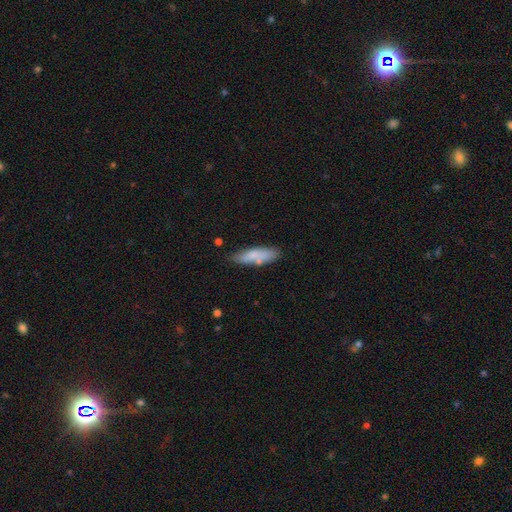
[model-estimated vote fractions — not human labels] Q: Smooth or featured?
A: smooth (76%); runner-up: featured or disk (17%)
Q: How rounded?
A: cigar-shaped (58%); runner-up: in between (40%)
Q: Merging?
A: none (70%); runner-up: minor disturbance (19%)